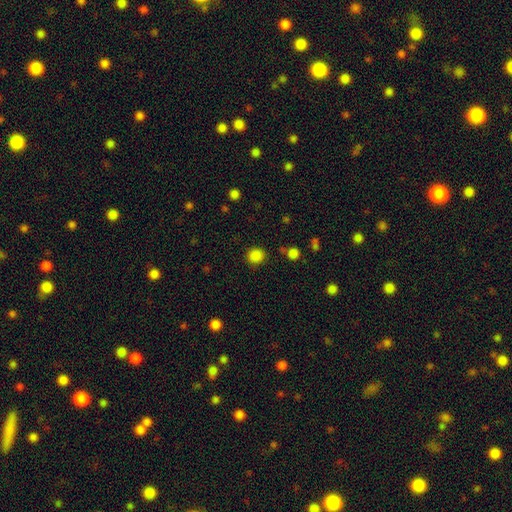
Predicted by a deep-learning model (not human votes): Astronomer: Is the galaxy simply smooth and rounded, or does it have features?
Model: smooth — 85%.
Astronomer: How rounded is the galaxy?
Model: round — 82%.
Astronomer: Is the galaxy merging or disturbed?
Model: none — 84%.